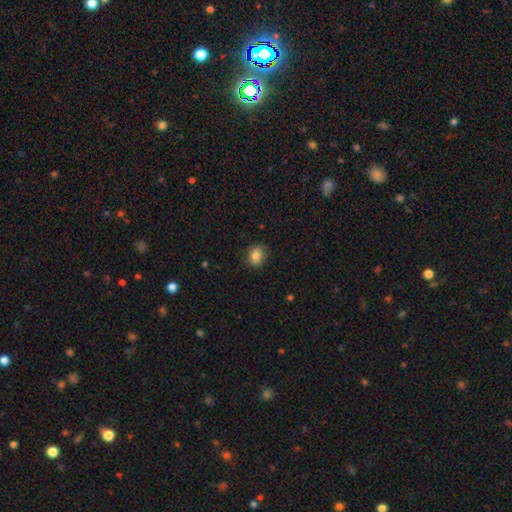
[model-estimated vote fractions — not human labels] The model was most divided on "how rounded": round: 67%, in between: 32%, cigar-shaped: 1%. More confident: merging — none (84%); smooth or featured — smooth (84%).